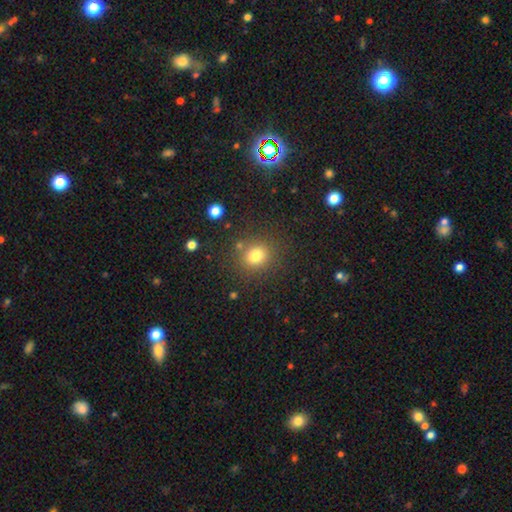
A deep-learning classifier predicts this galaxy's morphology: smooth 78%, star or artifact 15%, featured or disk 8%. Down the decision tree: how rounded — round (81%); merging — none (82%).